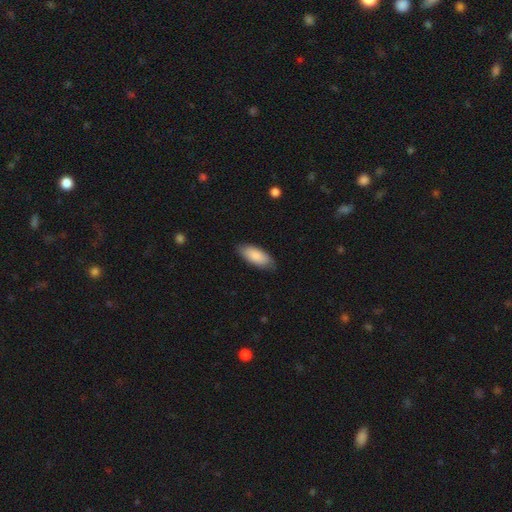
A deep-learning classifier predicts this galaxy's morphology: Q: Smooth or featured?
A: smooth (87%); runner-up: featured or disk (8%)
Q: How rounded?
A: in between (86%); runner-up: cigar-shaped (13%)
Q: Merging?
A: none (83%); runner-up: minor disturbance (14%)